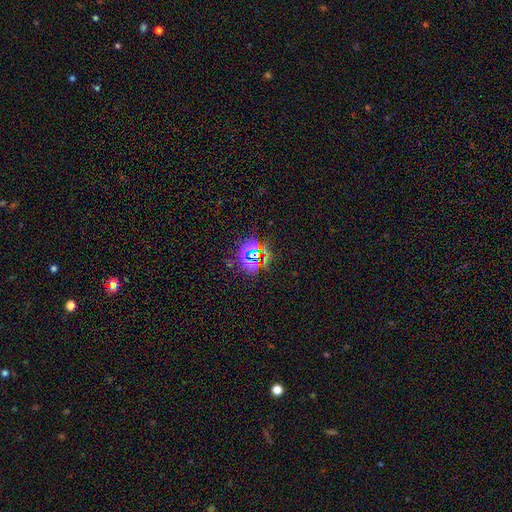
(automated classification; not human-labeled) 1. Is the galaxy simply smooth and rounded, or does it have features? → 74% star or artifact, 17% smooth, 9% featured or disk.